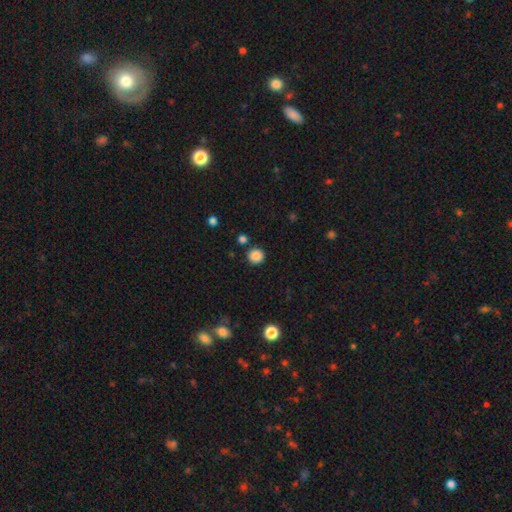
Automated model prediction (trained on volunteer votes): Smooth or featured? smooth (86%)
How rounded? round (93%)
Merging? none (87%)